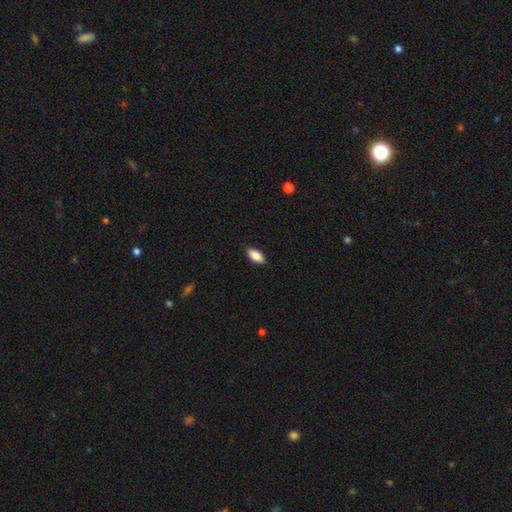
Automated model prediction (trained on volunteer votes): Smooth or featured?
  - smooth: 88% *
  - star or artifact: 7%
  - featured or disk: 6%
How rounded?
  - in between: 91% *
  - cigar-shaped: 6%
  - round: 3%
Merging?
  - none: 87% *
  - minor disturbance: 10%
  - major disturbance: 2%
  - merger: 1%